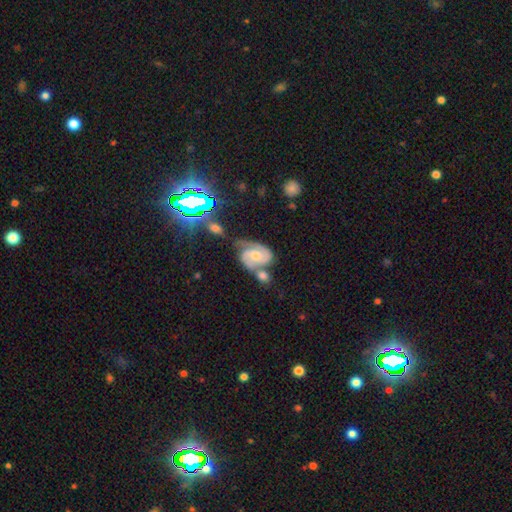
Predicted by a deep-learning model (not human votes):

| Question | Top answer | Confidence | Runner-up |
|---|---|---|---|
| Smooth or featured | featured or disk | 77% | smooth (15%) |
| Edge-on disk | no | 97% | yes (3%) |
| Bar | no | 57% | weak (34%) |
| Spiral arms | yes | 94% | no (6%) |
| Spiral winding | medium | 47% | tight (37%) |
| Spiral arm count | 2 | 79% | can't tell (8%) |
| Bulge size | moderate | 53% | small (39%) |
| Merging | merger | 38% | none (32%) |